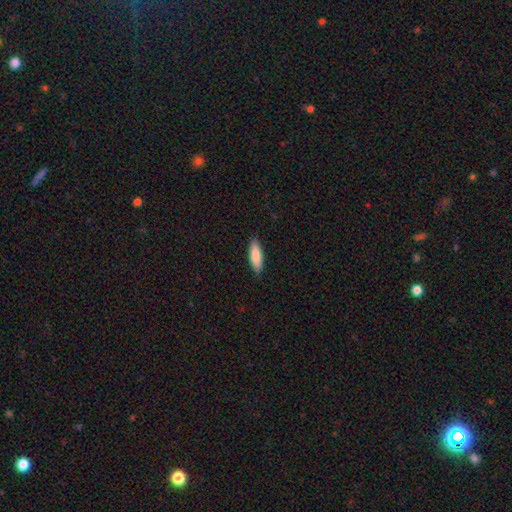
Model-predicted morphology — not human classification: Smooth or featured?
  - smooth: 83% *
  - featured or disk: 12%
  - star or artifact: 6%
How rounded?
  - in between: 53% *
  - cigar-shaped: 46%
  - round: 2%
Merging?
  - none: 88% *
  - minor disturbance: 9%
  - major disturbance: 2%
  - merger: 1%